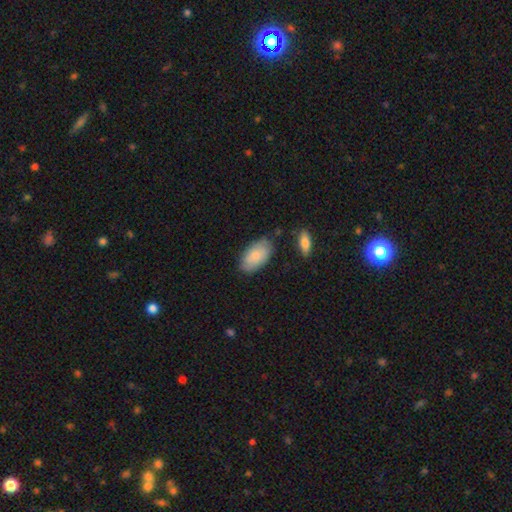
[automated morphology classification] Smooth or featured?
  - smooth: 82% *
  - featured or disk: 13%
  - star or artifact: 5%
How rounded?
  - in between: 95% *
  - round: 3%
  - cigar-shaped: 2%
Merging?
  - none: 77% *
  - minor disturbance: 16%
  - major disturbance: 3%
  - merger: 3%